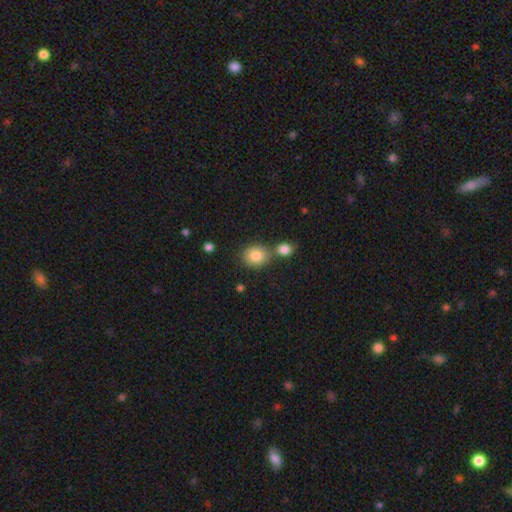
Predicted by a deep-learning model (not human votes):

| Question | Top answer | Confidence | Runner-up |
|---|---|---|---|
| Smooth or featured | smooth | 82% | star or artifact (10%) |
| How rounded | round | 70% | in between (29%) |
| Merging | none | 58% | merger (28%) |